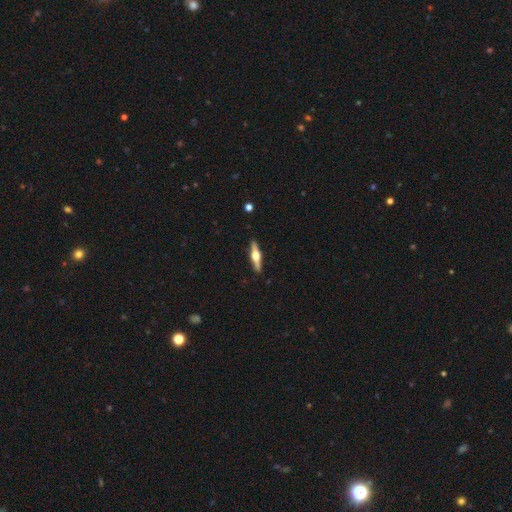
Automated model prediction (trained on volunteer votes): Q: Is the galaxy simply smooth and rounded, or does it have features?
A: featured or disk — 70%.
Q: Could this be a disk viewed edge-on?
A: yes — 97%.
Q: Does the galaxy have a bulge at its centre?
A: rounded — 95%.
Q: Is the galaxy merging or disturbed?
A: none — 91%.